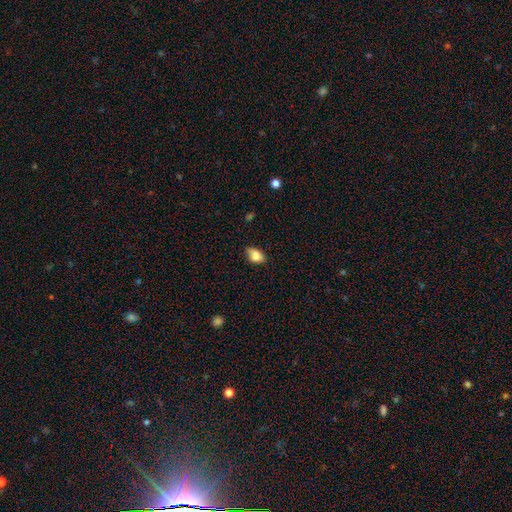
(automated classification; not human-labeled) Smooth or featured? smooth (81%)
How rounded? in between (86%)
Merging? none (71%)